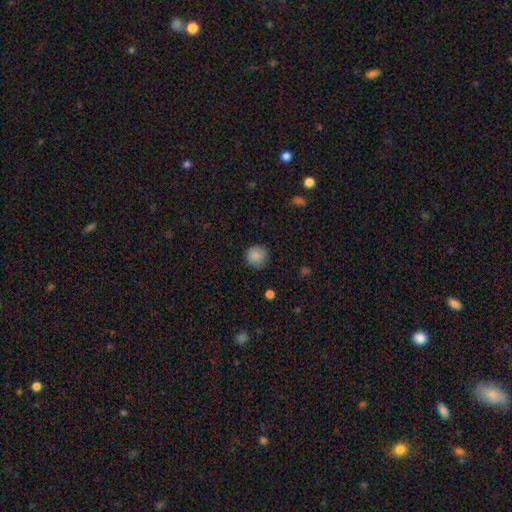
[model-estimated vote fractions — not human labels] smooth_or_featured: smooth (p=0.87) [alt: star or artifact p=0.09]
how_rounded: round (p=0.93) [alt: in between p=0.06]
merging: none (p=0.86) [alt: minor disturbance p=0.10]